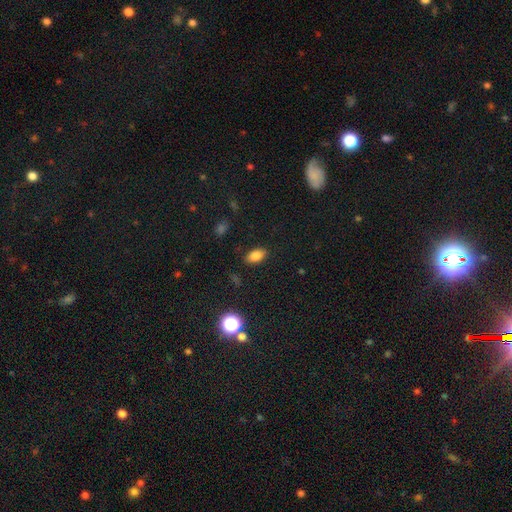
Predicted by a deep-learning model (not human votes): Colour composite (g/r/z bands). It shows a smooth galaxy with no disk features (81%) that is in between round and cigar-shaped (90%). Merging: none (86%).